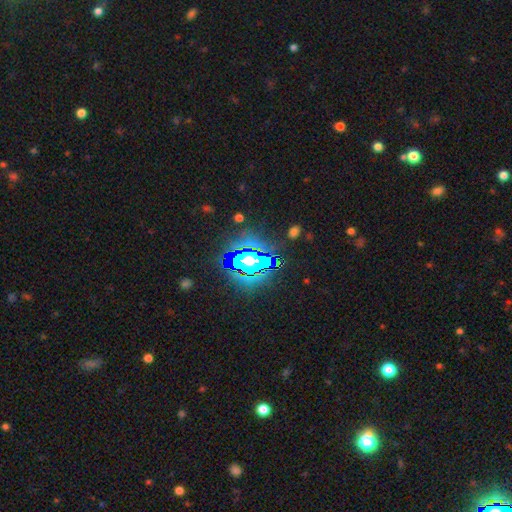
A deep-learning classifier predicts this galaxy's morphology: A star or artifact, not a galaxy (83%).